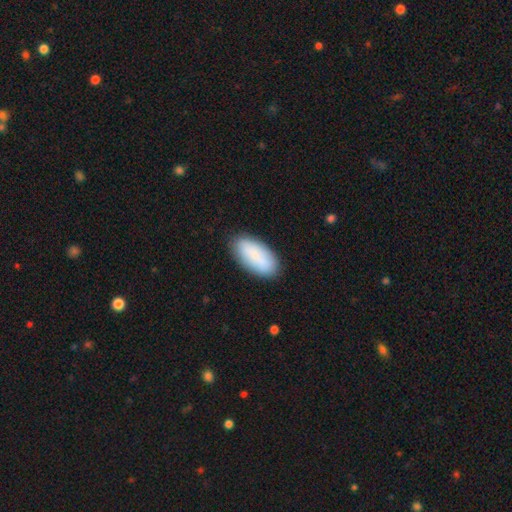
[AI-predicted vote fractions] A smooth galaxy with no disk features (82%) that is in between round and cigar-shaped (91%). Merging: none (85%).